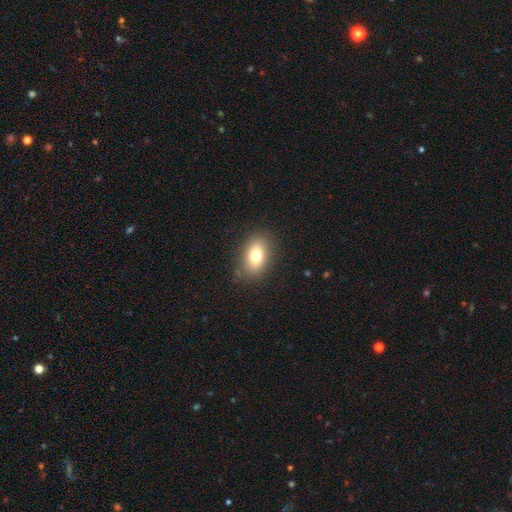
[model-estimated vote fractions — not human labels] smooth 77%, featured or disk 13%, star or artifact 10%. Down the decision tree: how rounded — in between (85%); merging — none (85%).